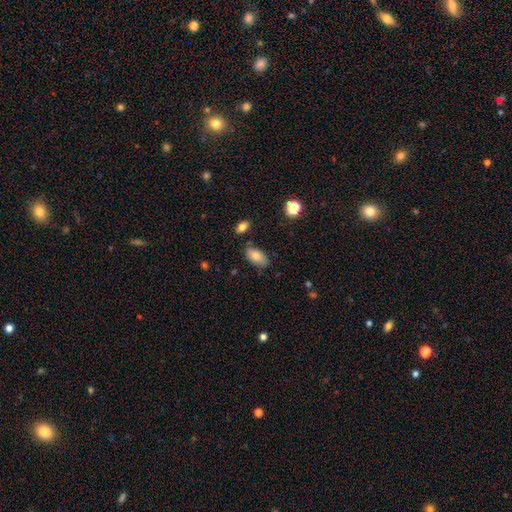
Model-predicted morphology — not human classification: Overall: smooth (82%). How rounded: in between (93%). Merging: none (77%).